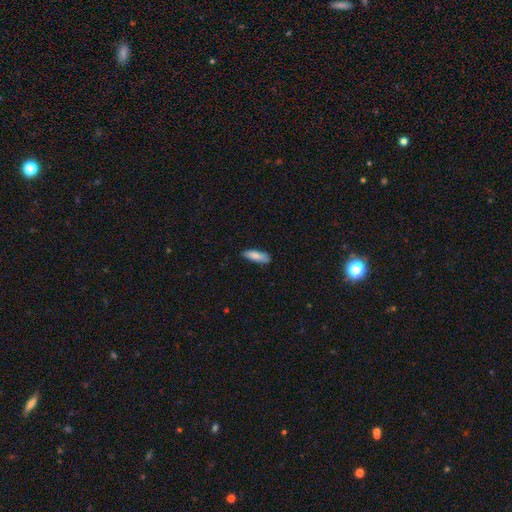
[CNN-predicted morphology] This is clearly a smooth galaxy (84%). How rounded: possibly cigar-shaped (50%). Merging: likely none (76%).